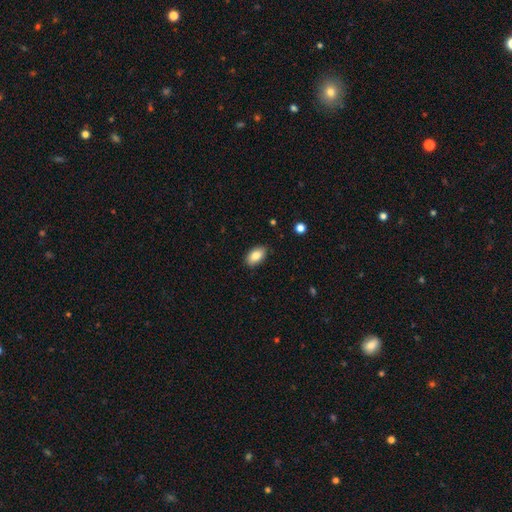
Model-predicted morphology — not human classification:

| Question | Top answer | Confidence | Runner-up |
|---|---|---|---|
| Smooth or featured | smooth | 86% | star or artifact (7%) |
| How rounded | in between | 93% | round (5%) |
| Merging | none | 86% | minor disturbance (11%) |